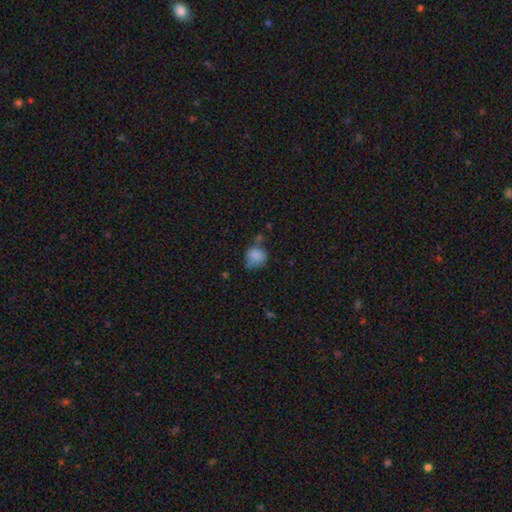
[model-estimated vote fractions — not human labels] This appears to be a smooth galaxy with no disk features (79%) that is round (66%). Merging: none (45%).